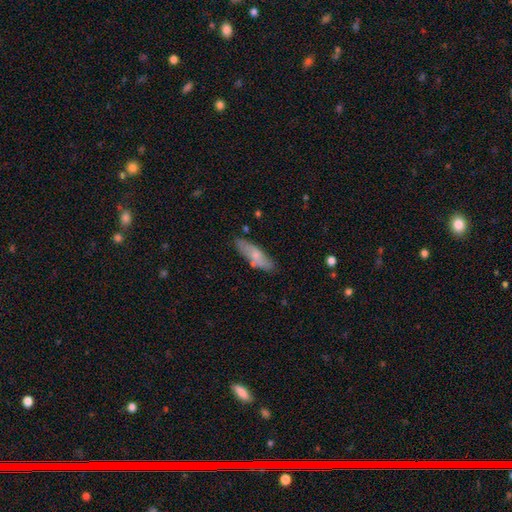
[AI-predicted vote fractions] A smooth galaxy with no disk features (68%) that is in between round and cigar-shaped (51%). Merging: none (76%).